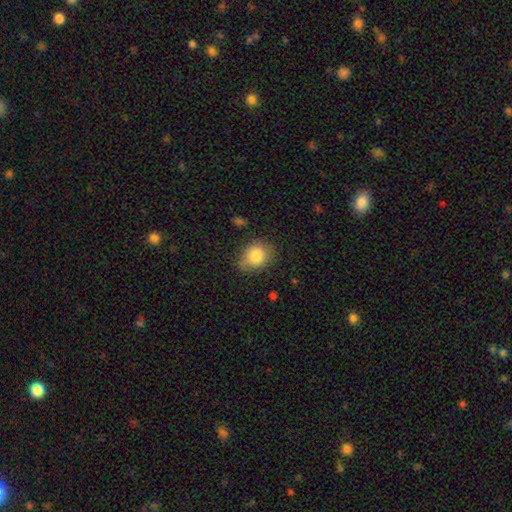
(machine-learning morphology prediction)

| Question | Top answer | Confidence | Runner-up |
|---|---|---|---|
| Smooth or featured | smooth | 84% | featured or disk (8%) |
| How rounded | in between | 51% | round (48%) |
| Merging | none | 68% | minor disturbance (24%) |